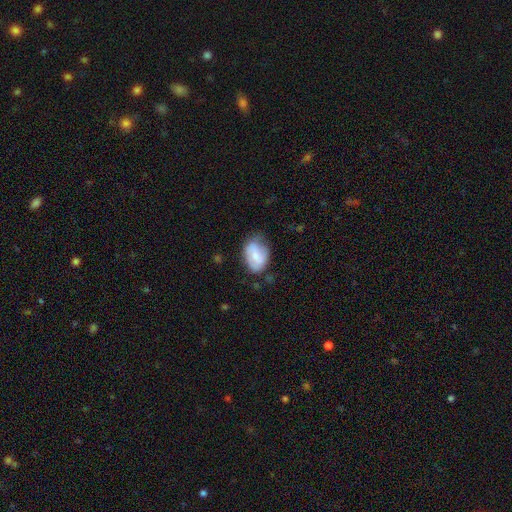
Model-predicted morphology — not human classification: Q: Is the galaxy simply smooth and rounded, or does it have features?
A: smooth — 63%.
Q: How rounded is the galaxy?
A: in between — 84%.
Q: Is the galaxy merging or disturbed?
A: none — 50%.